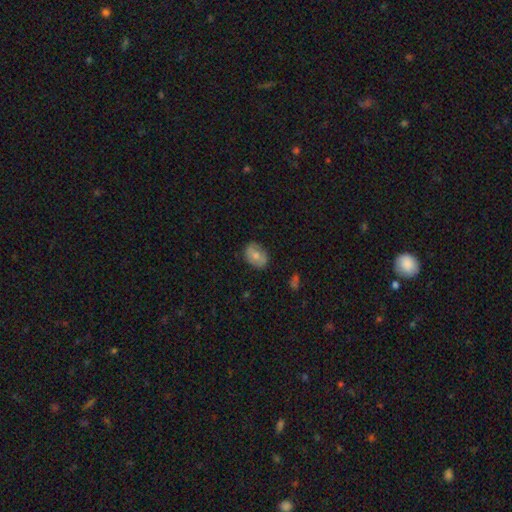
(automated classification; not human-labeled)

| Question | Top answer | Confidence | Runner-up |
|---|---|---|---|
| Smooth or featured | smooth | 63% | featured or disk (29%) |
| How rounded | in between | 69% | round (30%) |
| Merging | none | 79% | minor disturbance (16%) |